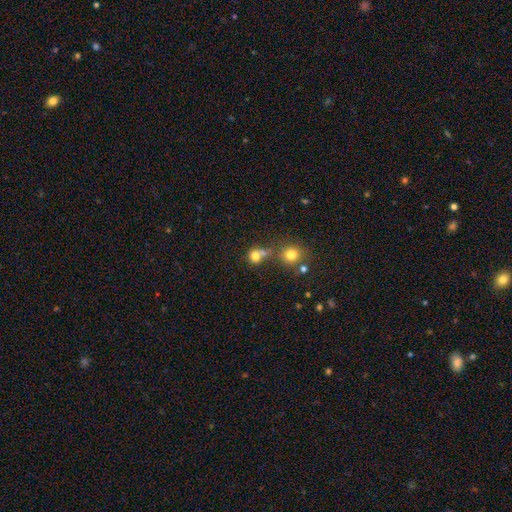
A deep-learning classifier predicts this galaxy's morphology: The model was most divided on "merging": none: 49%, merger: 35%, minor disturbance: 10%, major disturbance: 6%. More confident: how rounded — round (83%); smooth or featured — smooth (77%).